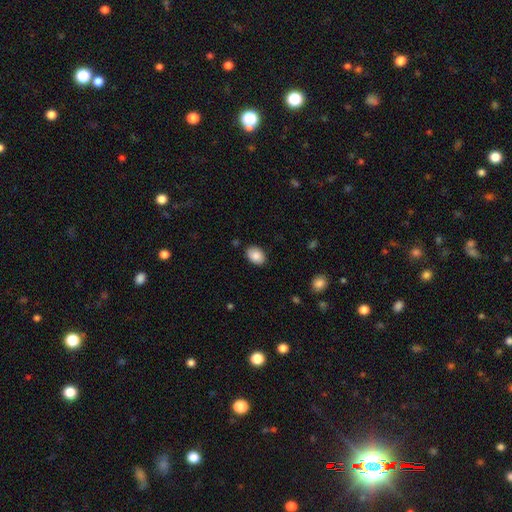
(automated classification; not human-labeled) A smooth galaxy with no disk features (88%) that is in between round and cigar-shaped (83%).

Vote fractions:
- Smooth or featured? smooth: 88% / star or artifact: 7% / featured or disk: 5%
- How rounded? in between: 83% / round: 16% / cigar-shaped: 1%
- Merging? none: 86% / minor disturbance: 11% / major disturbance: 2% / merger: 1%